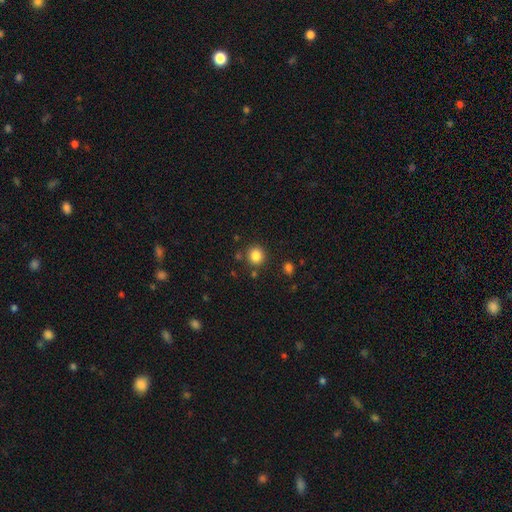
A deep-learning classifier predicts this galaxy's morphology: Smooth or featured? Predicted: smooth (p=0.84). How rounded? Predicted: round (p=0.91). Merging? Predicted: none (p=0.86).